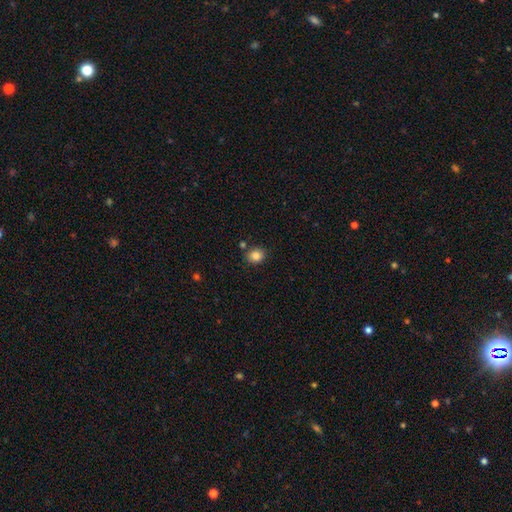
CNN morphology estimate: This is clearly a smooth galaxy (85%). How rounded: likely round (67%). Merging: clearly none (81%).